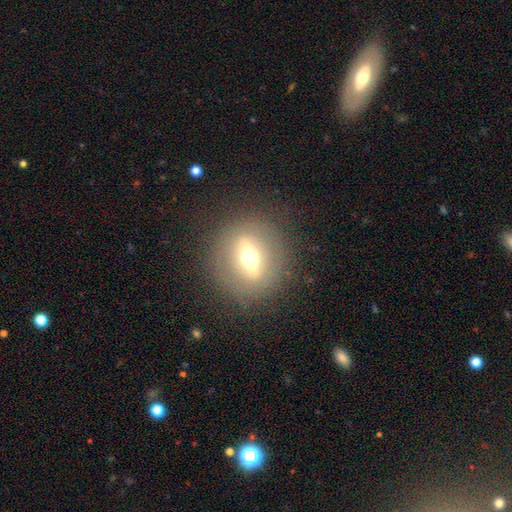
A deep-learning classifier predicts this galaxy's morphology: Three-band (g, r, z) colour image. It shows a featured or disk galaxy (45%). Merging: none (86%).